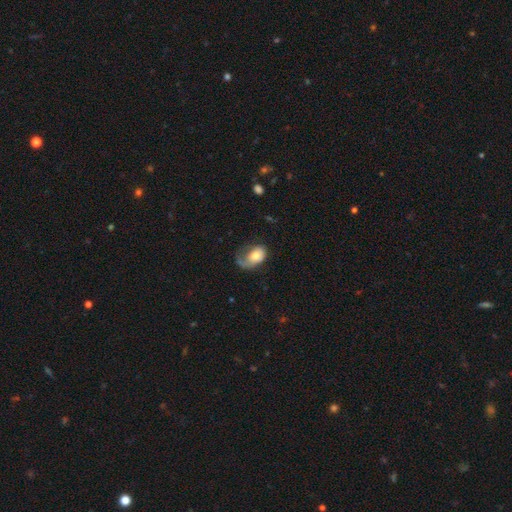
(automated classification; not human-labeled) Smooth or featured: smooth — 56% (featured or disk — 37%)
How rounded: in between — 81% (round — 18%)
Merging: major disturbance — 46% (none — 26%)